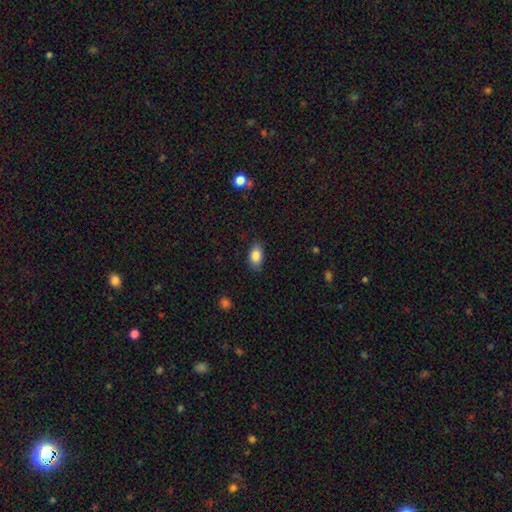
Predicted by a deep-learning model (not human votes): Smooth or featured?
  - smooth: 86% *
  - star or artifact: 8%
  - featured or disk: 6%
How rounded?
  - in between: 90% *
  - round: 8%
  - cigar-shaped: 2%
Merging?
  - none: 83% *
  - minor disturbance: 13%
  - major disturbance: 3%
  - merger: 1%